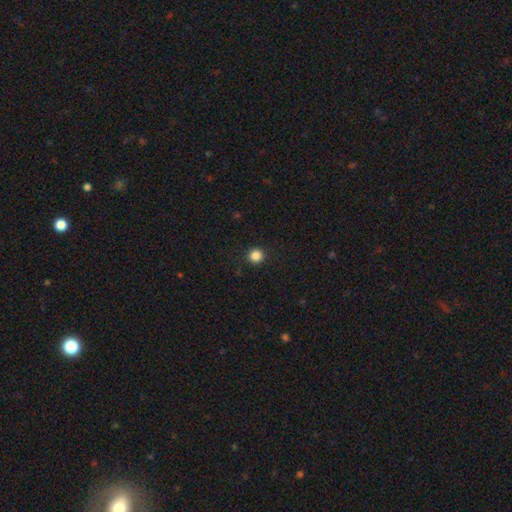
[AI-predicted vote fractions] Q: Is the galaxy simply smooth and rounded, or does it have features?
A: smooth — 86%.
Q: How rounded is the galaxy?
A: round — 95%.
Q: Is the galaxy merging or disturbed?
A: none — 92%.